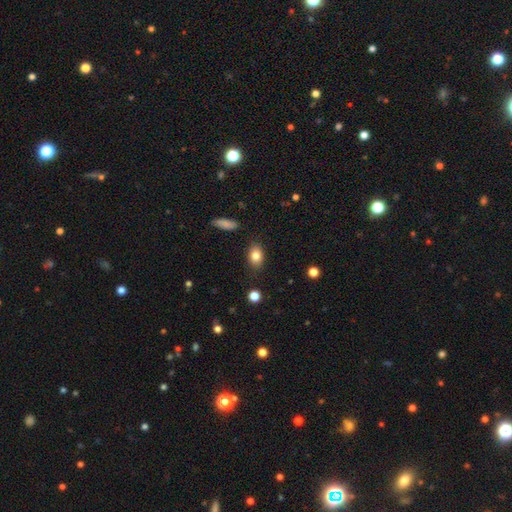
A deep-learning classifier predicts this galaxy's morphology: Smooth or featured?
  - smooth: 82% *
  - star or artifact: 9%
  - featured or disk: 9%
How rounded?
  - in between: 79% *
  - round: 19%
  - cigar-shaped: 2%
Merging?
  - none: 85% *
  - minor disturbance: 11%
  - major disturbance: 3%
  - merger: 2%